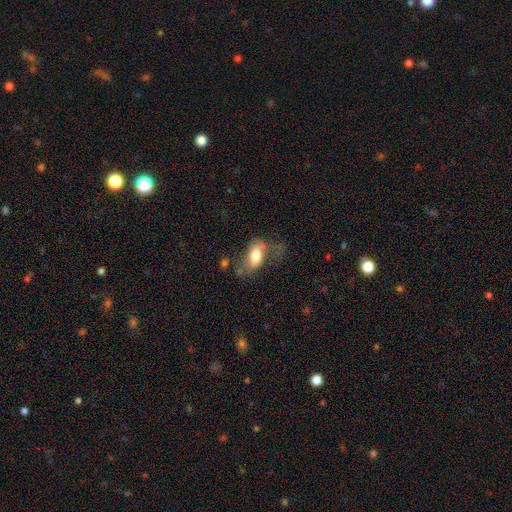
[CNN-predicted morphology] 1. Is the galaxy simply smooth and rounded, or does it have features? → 66% smooth, 27% featured or disk, 7% star or artifact.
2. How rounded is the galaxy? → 89% in between, 6% round, 5% cigar-shaped.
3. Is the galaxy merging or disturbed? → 34% major disturbance, 33% none, 26% minor disturbance, 6% merger.